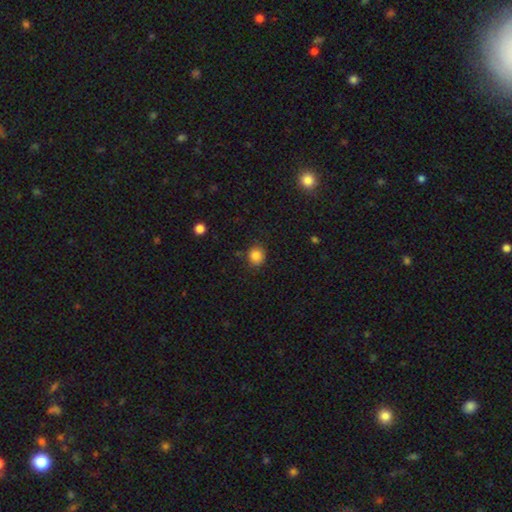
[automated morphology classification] Smooth or featured: smooth — 85% (star or artifact — 11%)
How rounded: round — 80% (in between — 20%)
Merging: none — 84% (minor disturbance — 12%)